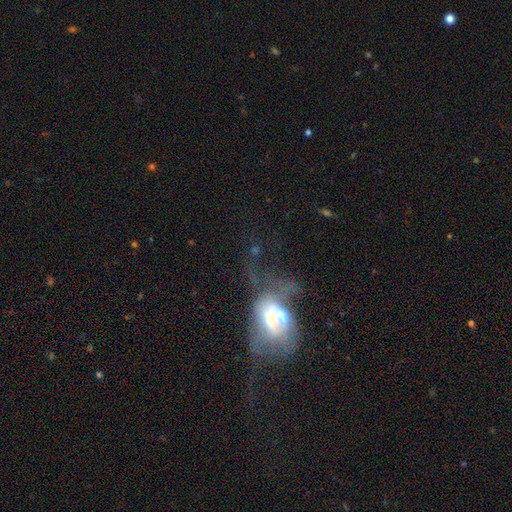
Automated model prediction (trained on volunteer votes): Smooth or featured: featured or disk — 52% (smooth — 26%)
Edge-on disk: no — 90% (yes — 10%)
Merging: major disturbance — 41% (merger — 24%)